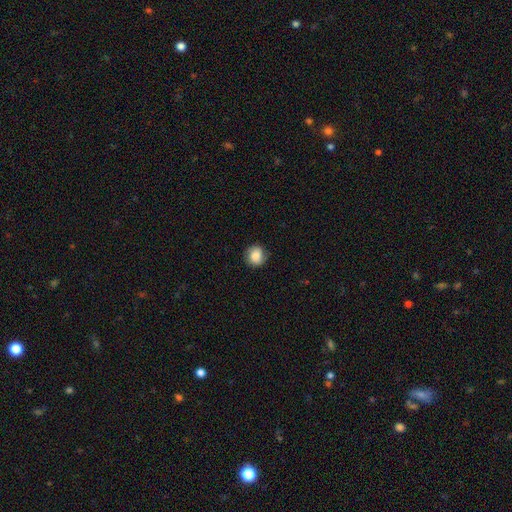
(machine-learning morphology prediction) smooth-or-featured: smooth: 76% | featured or disk: 15% | star or artifact: 9%
  how-rounded: round: 86% | in between: 13% | cigar-shaped: 1%
  merging: none: 79% | minor disturbance: 16% | major disturbance: 4% | merger: 1%